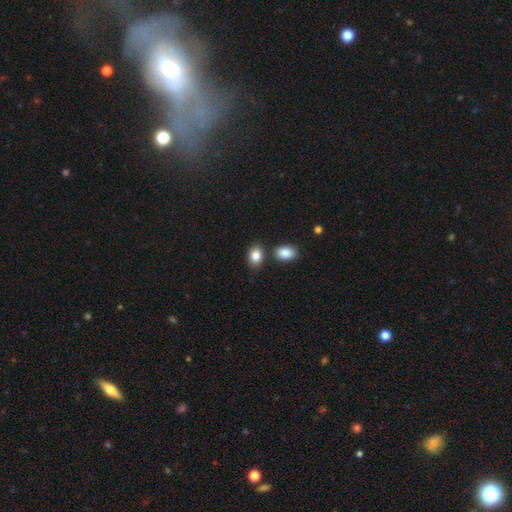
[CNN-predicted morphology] smooth_or_featured: smooth (p=0.86) [alt: star or artifact p=0.08]
how_rounded: in between (p=0.76) [alt: round p=0.23]
merging: none (p=0.71) [alt: merger p=0.14]